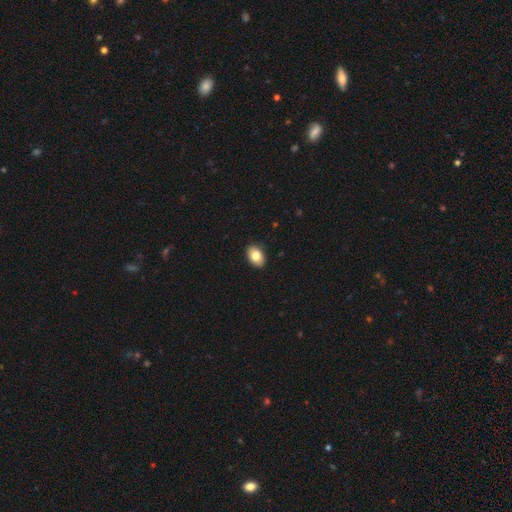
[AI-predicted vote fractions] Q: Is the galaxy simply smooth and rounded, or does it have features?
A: smooth — 82%.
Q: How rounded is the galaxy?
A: in between — 84%.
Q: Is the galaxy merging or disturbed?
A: none — 90%.